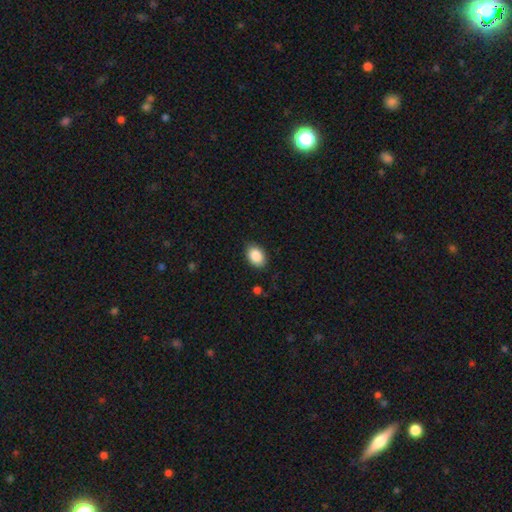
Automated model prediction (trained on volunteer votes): A smooth galaxy with no disk features (87%) that is in between round and cigar-shaped (85%).

Vote fractions:
- Smooth or featured? smooth: 87% / star or artifact: 7% / featured or disk: 5%
- How rounded? in between: 85% / round: 14% / cigar-shaped: 1%
- Merging? none: 86% / minor disturbance: 11% / major disturbance: 2% / merger: 1%